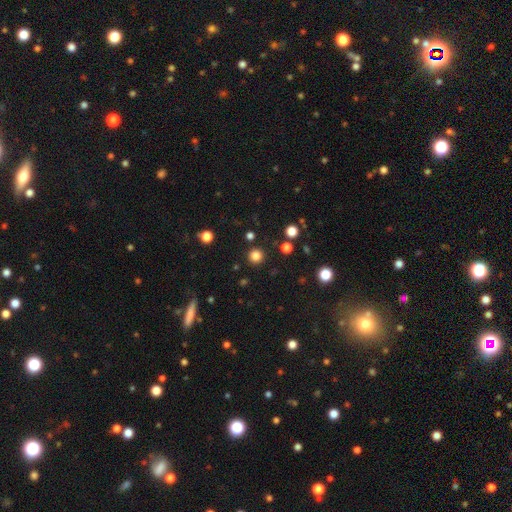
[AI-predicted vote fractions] Smooth or featured? smooth (82%)
How rounded? round (95%)
Merging? none (91%)